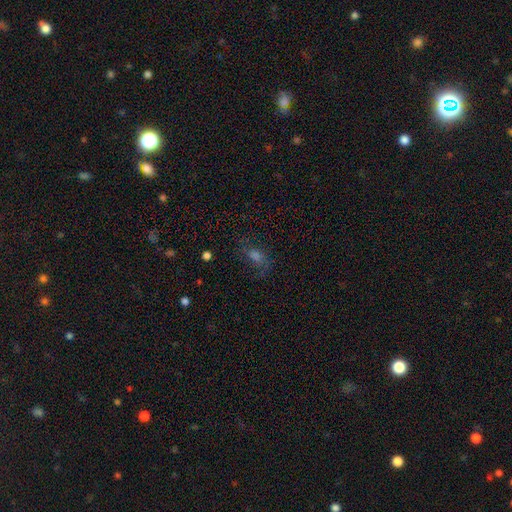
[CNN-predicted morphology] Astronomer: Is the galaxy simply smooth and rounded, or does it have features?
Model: smooth — 43% (runner-up: featured or disk, 29%).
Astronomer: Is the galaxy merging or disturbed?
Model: none — 66%.